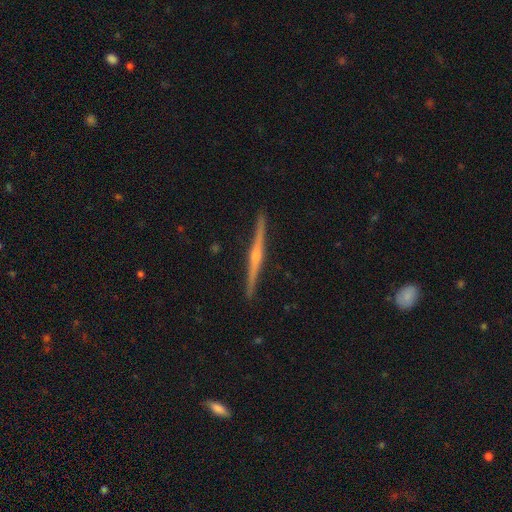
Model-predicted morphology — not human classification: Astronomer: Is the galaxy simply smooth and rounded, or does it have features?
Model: featured or disk — 84%.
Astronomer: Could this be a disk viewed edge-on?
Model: yes — 99%.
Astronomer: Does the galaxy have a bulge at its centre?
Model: rounded — 87%.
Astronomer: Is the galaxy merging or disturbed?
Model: none — 92%.